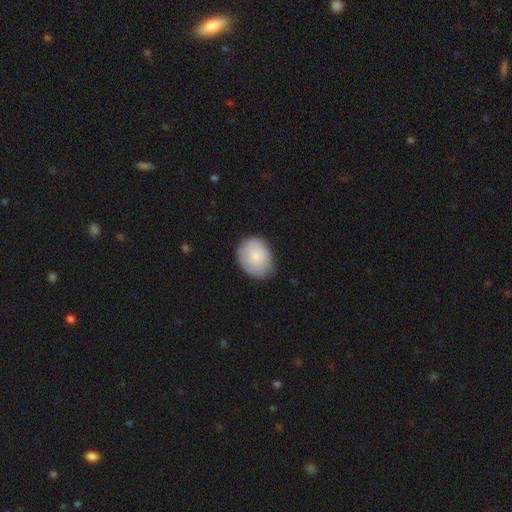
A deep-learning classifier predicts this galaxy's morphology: smooth-or-featured: smooth: 83% | featured or disk: 11% | star or artifact: 6%
  how-rounded: in between: 57% | round: 42% | cigar-shaped: 1%
  merging: none: 77% | minor disturbance: 18% | major disturbance: 4% | merger: 1%